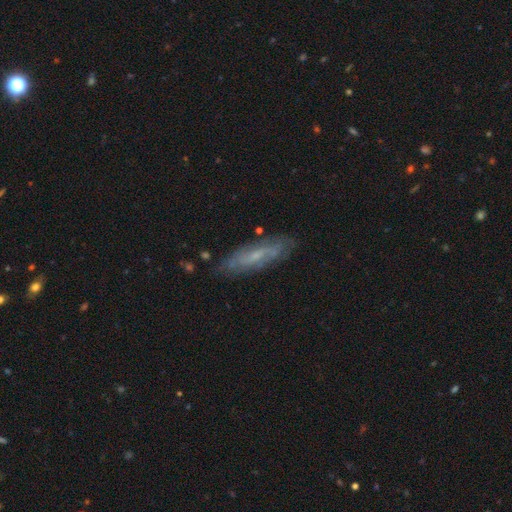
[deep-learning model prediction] Smooth or featured? featured or disk (56%)
Edge-on disk? no (54%)
Merging? none (79%)